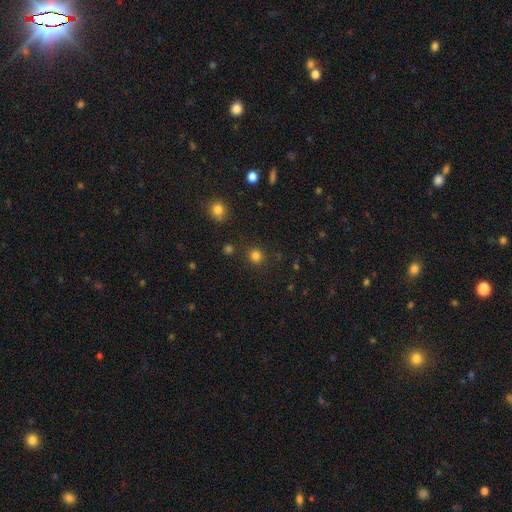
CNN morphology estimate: This appears to be a smooth galaxy with no disk features (81%) that is round (90%). Merging: none (88%).